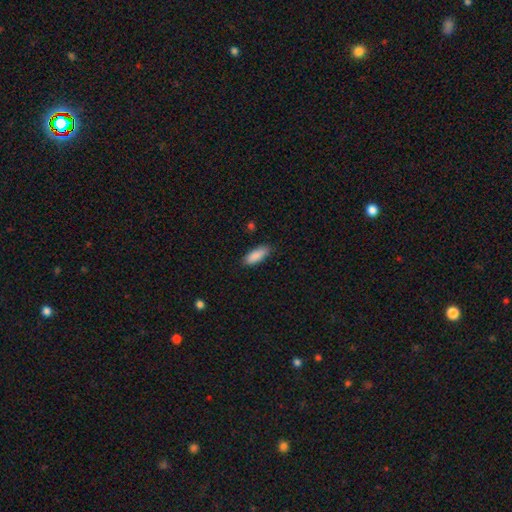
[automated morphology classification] Overall: smooth (89%). How rounded: in between (73%). Merging: none (84%).